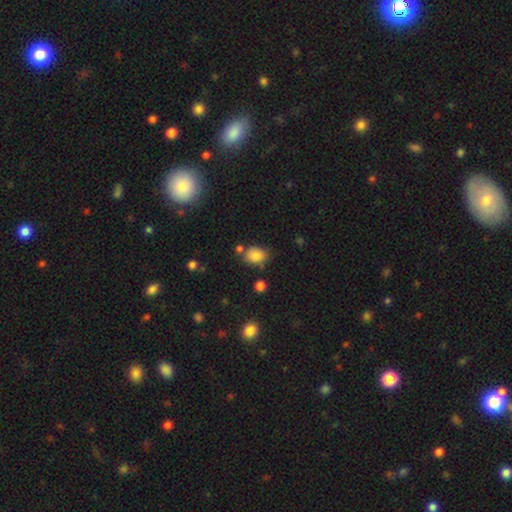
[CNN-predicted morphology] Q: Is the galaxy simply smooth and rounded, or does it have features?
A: smooth — 84%.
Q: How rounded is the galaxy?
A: in between — 63%.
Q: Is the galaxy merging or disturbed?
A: none — 68%.